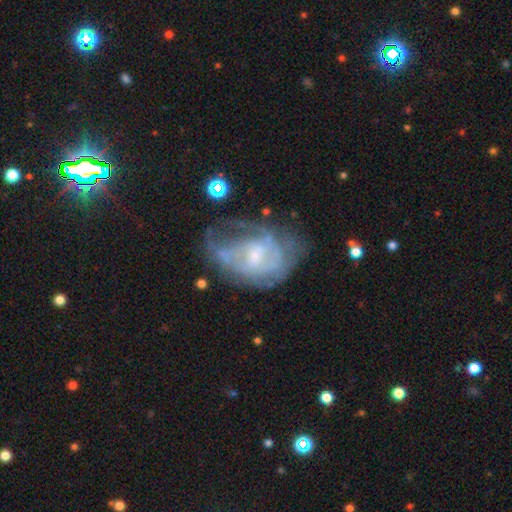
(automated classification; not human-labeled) smooth-or-featured: featured or disk: 73% | smooth: 18% | star or artifact: 9%
  disk-edge-on: no: 97% | yes: 3%
    bar: no: 51% | weak: 42% | strong: 7%
    has-spiral-arms: yes: 65% | no: 35%
    bulge-size: small: 57% | moderate: 31% | none: 9% | large: 2% | dominant: 1%
  merging: none: 40% | major disturbance: 29% | minor disturbance: 26% | merger: 4%